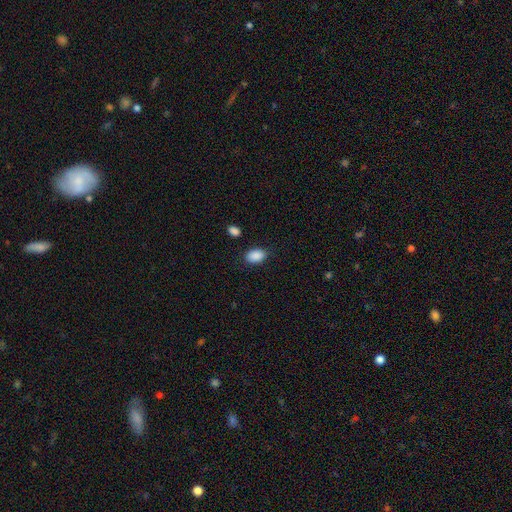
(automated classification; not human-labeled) Smooth or featured?
  - smooth: 89% *
  - star or artifact: 8%
  - featured or disk: 3%
How rounded?
  - in between: 88% *
  - round: 11%
  - cigar-shaped: 1%
Merging?
  - none: 83% *
  - minor disturbance: 11%
  - major disturbance: 3%
  - merger: 2%